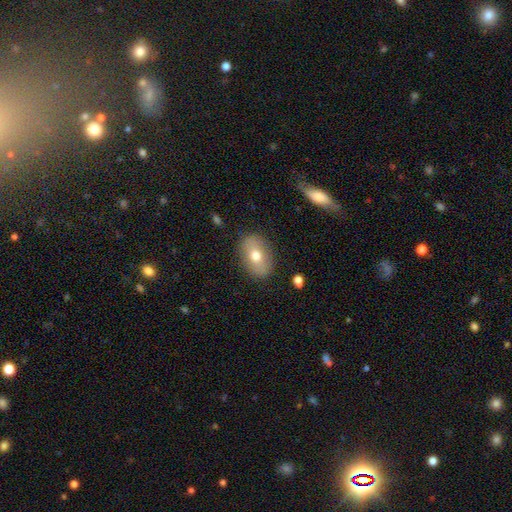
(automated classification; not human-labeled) smooth 66%, featured or disk 26%, star or artifact 8%. Down the decision tree: how rounded — in between (80%); merging — none (86%).